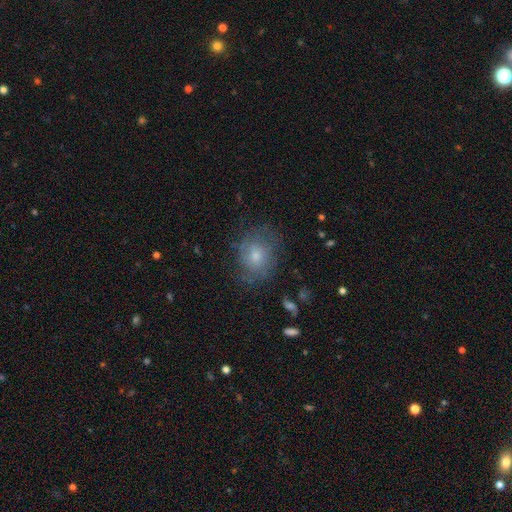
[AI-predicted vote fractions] Smooth or featured? smooth (47%)
Merging? none (64%)